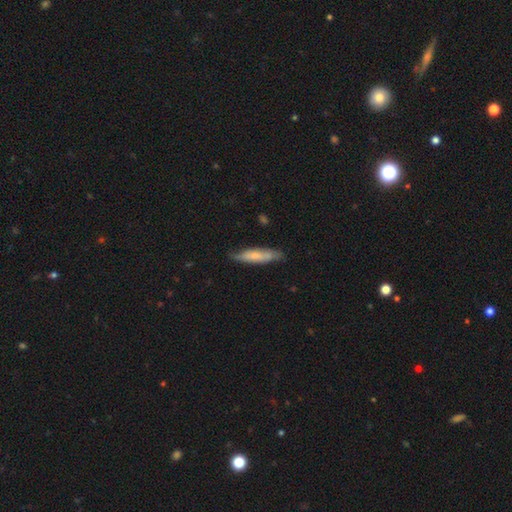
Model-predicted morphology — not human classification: Overall: smooth (61%; featured or disk 33%). How rounded: cigar-shaped (82%). Merging: none (76%).